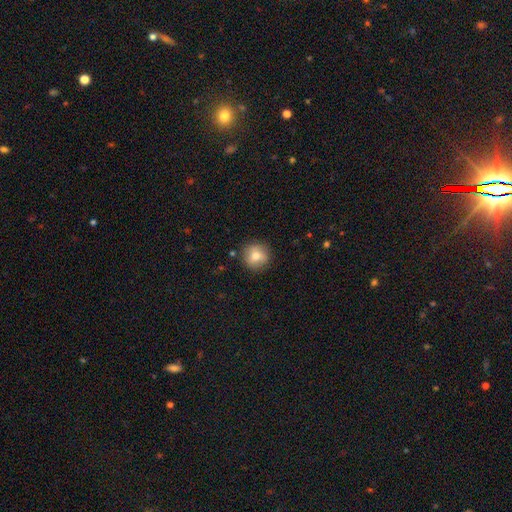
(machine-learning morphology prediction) smooth_or_featured: smooth (p=0.79) [alt: featured or disk p=0.12]
how_rounded: round (p=0.92) [alt: in between p=0.07]
merging: none (p=0.87) [alt: minor disturbance p=0.09]